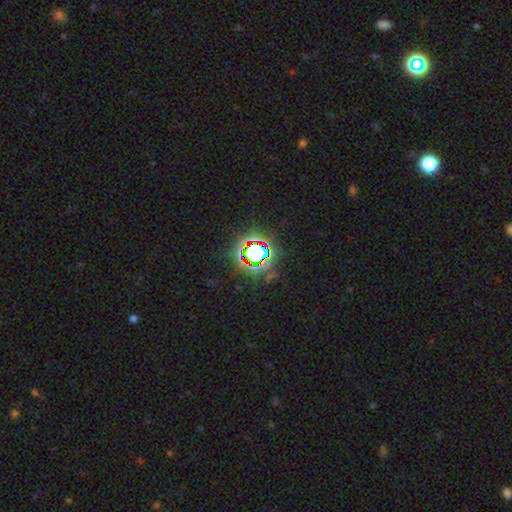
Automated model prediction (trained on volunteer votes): Morphology: type=star or artifact (74%).